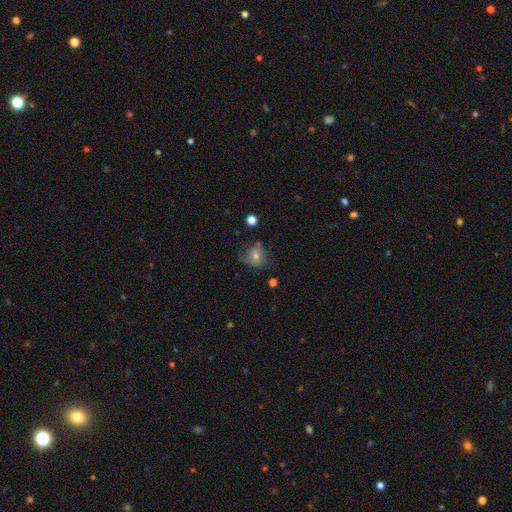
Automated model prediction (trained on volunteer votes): Smooth or featured: smooth — 43% (featured or disk — 40%)
Merging: none — 63% (minor disturbance — 23%)